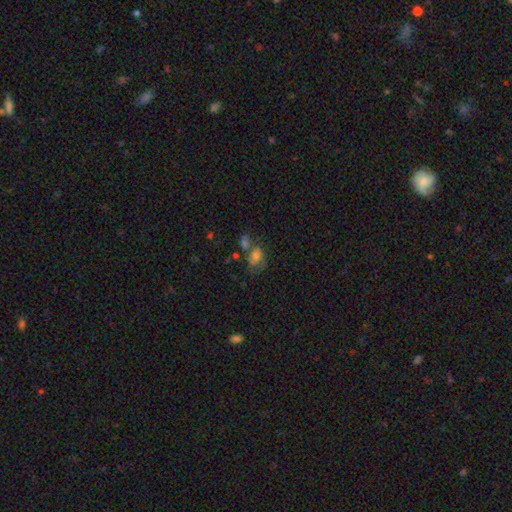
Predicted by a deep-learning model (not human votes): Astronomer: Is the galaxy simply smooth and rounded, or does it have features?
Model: smooth — 67%.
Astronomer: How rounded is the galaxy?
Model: in between — 72%.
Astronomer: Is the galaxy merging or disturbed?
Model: none — 35% (runner-up: merger, 32%).